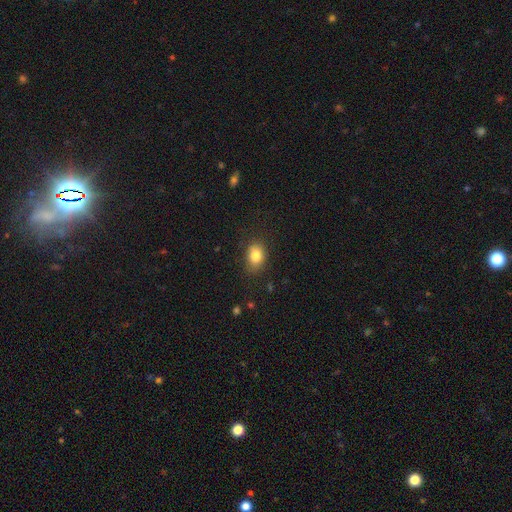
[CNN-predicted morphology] A smooth galaxy with no disk features (82%) that is in between round and cigar-shaped (67%).

Vote fractions:
- Smooth or featured? smooth: 82% / star or artifact: 9% / featured or disk: 8%
- How rounded? in between: 67% / round: 32% / cigar-shaped: 1%
- Merging? none: 81% / minor disturbance: 14% / major disturbance: 4% / merger: 1%